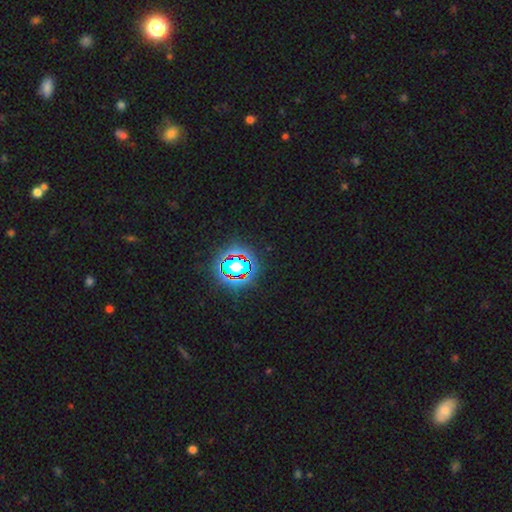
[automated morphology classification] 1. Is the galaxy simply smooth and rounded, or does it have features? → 80% star or artifact, 12% smooth, 8% featured or disk.